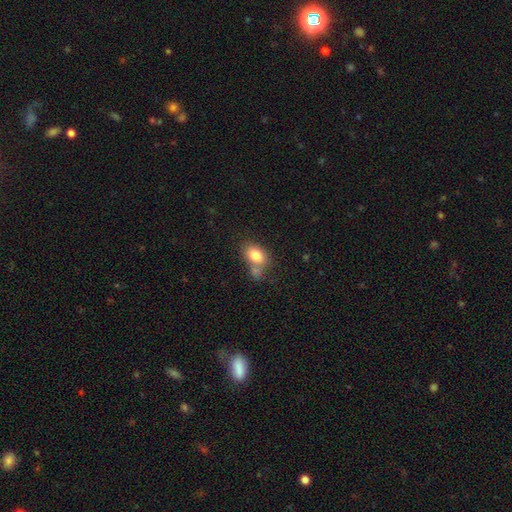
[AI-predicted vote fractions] Smooth or featured? smooth (81%)
How rounded? in between (81%)
Merging? none (49%)